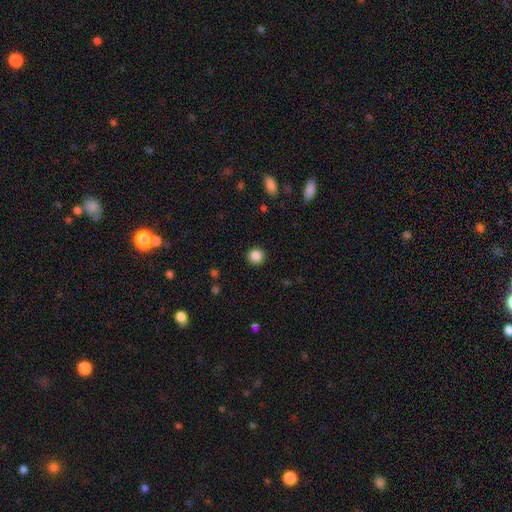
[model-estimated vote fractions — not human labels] Overall: smooth (86%). How rounded: round (93%). Merging: none (92%).